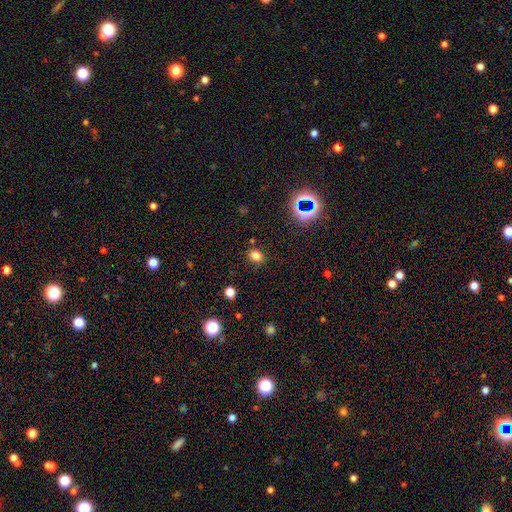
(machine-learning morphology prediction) This appears to be a smooth galaxy with no disk features (78%) that is round (52%). Merging: none (84%).